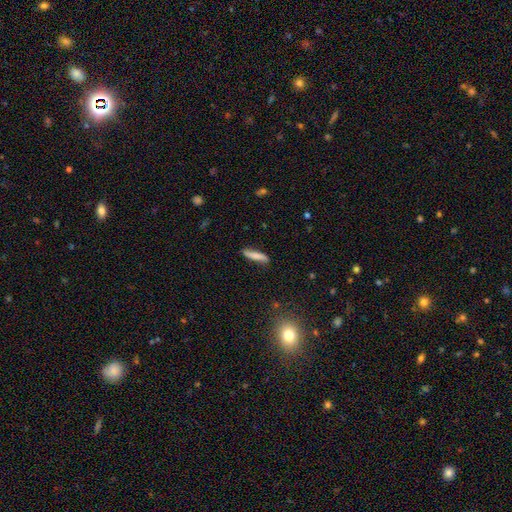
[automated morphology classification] Smooth or featured?
  - smooth: 77% *
  - featured or disk: 16%
  - star or artifact: 7%
How rounded?
  - cigar-shaped: 84% *
  - in between: 15%
  - round: 2%
Merging?
  - none: 84% *
  - minor disturbance: 13%
  - major disturbance: 2%
  - merger: 2%